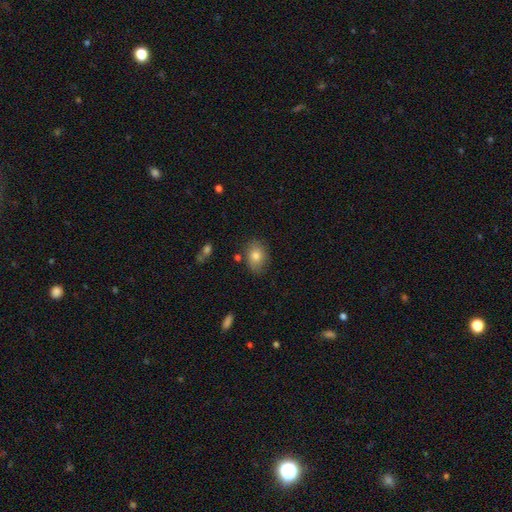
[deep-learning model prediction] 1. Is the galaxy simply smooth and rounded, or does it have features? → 80% smooth, 11% featured or disk, 9% star or artifact.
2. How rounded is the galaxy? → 69% in between, 29% round, 1% cigar-shaped.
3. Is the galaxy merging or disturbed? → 78% none, 15% minor disturbance, 3% major disturbance, 3% merger.